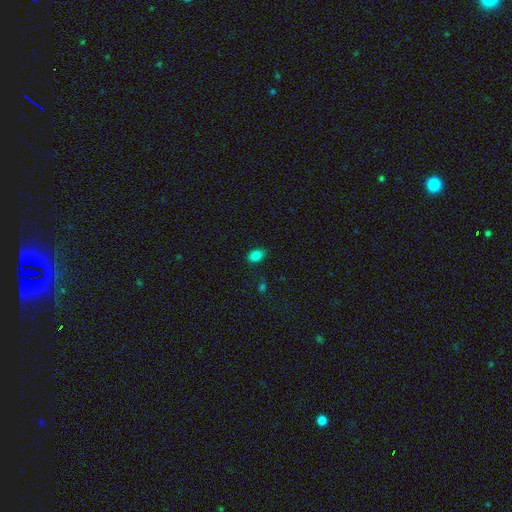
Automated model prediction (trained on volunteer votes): smooth 84%, star or artifact 11%, featured or disk 6%. Down the decision tree: how rounded — in between (86%); merging — none (84%).